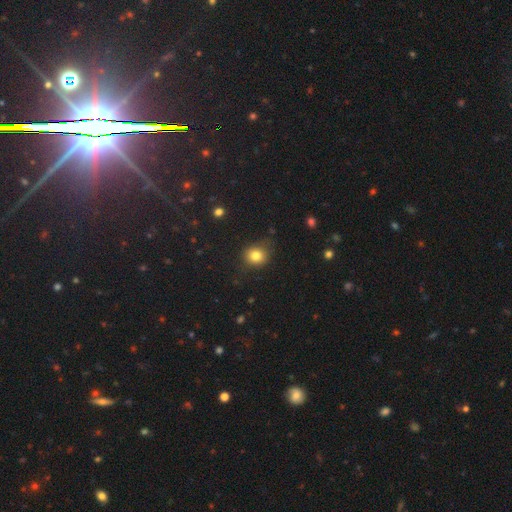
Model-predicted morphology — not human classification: smooth-or-featured: smooth: 81% | star or artifact: 12% | featured or disk: 7%
  how-rounded: round: 76% | in between: 23% | cigar-shaped: 1%
  merging: none: 79% | minor disturbance: 16% | major disturbance: 4% | merger: 1%